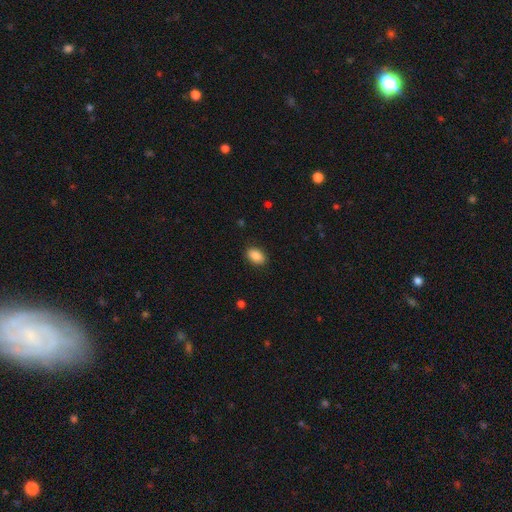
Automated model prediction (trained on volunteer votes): smooth 86%, star or artifact 8%, featured or disk 6%. Down the decision tree: how rounded — in between (84%); merging — none (88%).